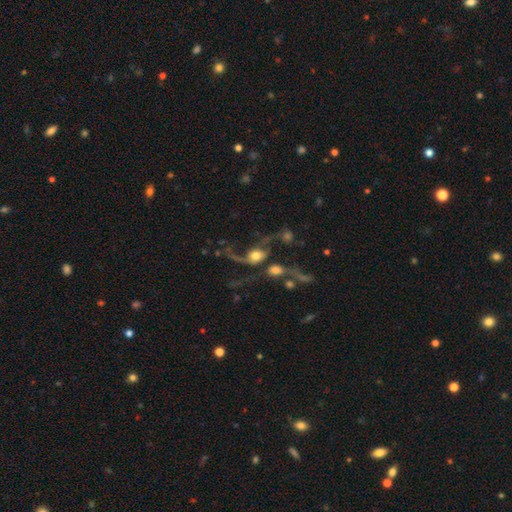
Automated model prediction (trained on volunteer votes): Smooth or featured?
  - featured or disk: 63% *
  - smooth: 26%
  - star or artifact: 11%
Edge-on disk?
  - no: 95% *
  - yes: 5%
Bar?
  - no: 72% *
  - weak: 21%
  - strong: 7%
Spiral arms?
  - yes: 77% *
  - no: 23%
Bulge size?
  - moderate: 48% *
  - large: 29%
  - small: 13%
  - dominant: 6%
  - none: 4%
Merging?
  - merger: 36% *
  - major disturbance: 31%
  - none: 23%
  - minor disturbance: 10%